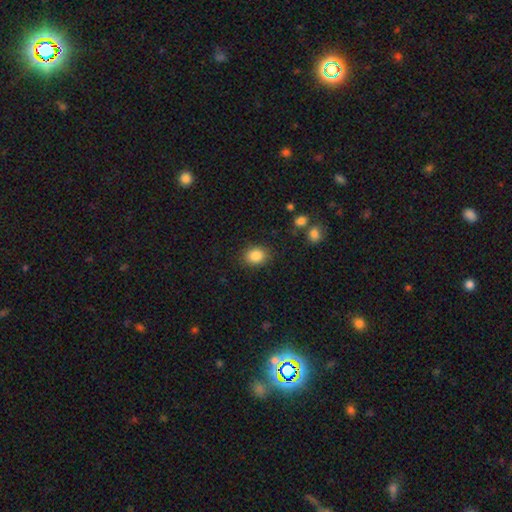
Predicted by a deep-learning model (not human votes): This is clearly a smooth galaxy (86%). How rounded: possibly round (50%). Merging: clearly none (86%).